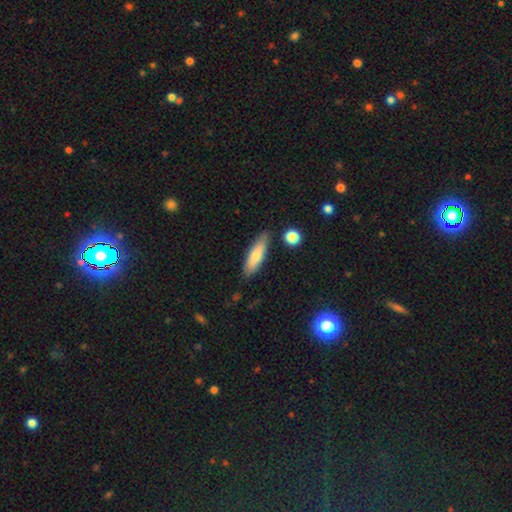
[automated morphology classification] This appears to be a smooth galaxy with no disk features (72%) that is cigar-shaped (61%). Merging: none (80%).